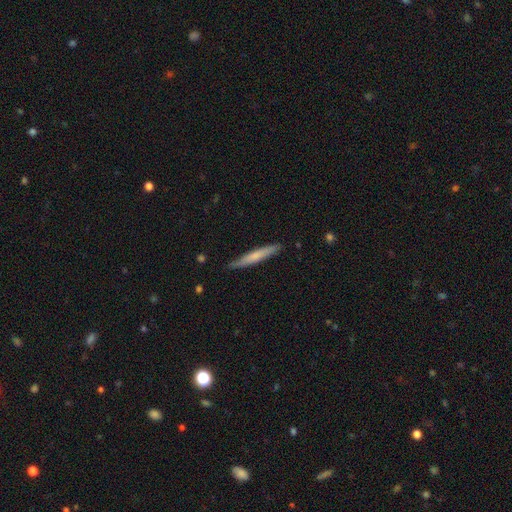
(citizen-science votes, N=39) smooth 56%, featured or disk 41%, star or artifact 3%. Down the decision tree: how rounded — cigar-shaped (91%); merging — none (87%).